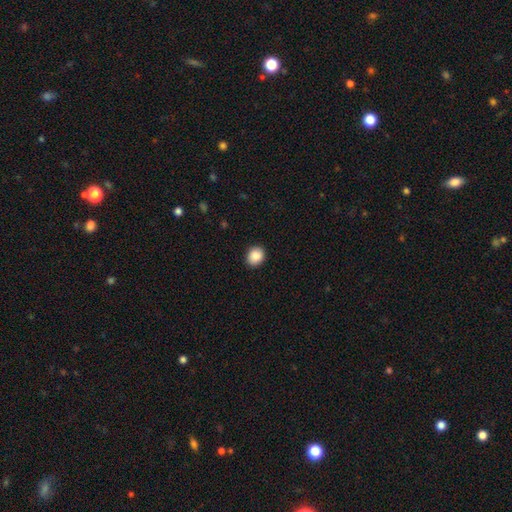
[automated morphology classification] smooth_or_featured: smooth (p=0.87) [alt: star or artifact p=0.08]
how_rounded: round (p=0.62) [alt: in between p=0.37]
merging: none (p=0.89) [alt: minor disturbance p=0.08]